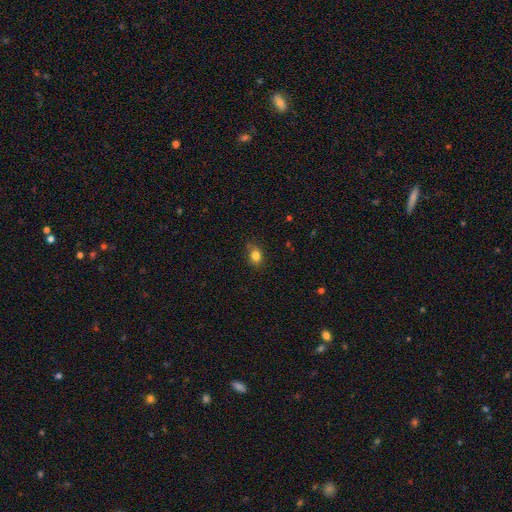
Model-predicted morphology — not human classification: This is clearly a smooth galaxy (82%). How rounded: possibly in between (55%). Merging: likely none (78%).